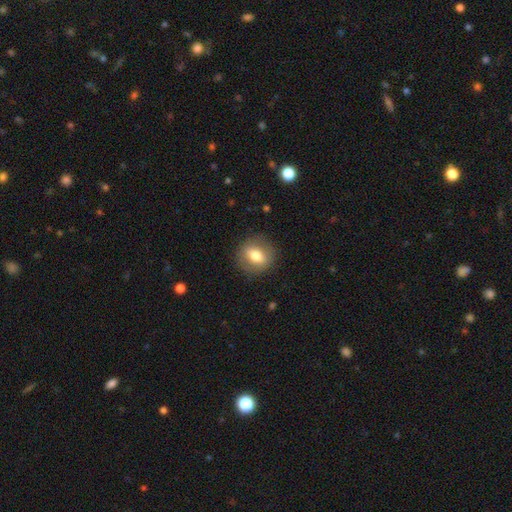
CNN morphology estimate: smooth 67%, featured or disk 24%, star or artifact 8%. Down the decision tree: how rounded — round (71%); merging — none (86%).